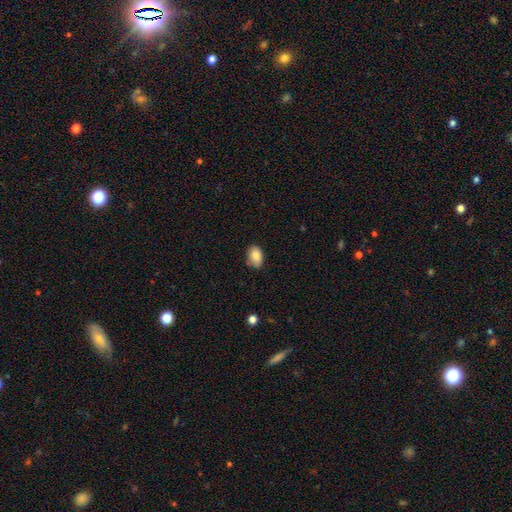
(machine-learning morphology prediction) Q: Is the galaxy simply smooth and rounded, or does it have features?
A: smooth — 86%.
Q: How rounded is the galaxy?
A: in between — 86%.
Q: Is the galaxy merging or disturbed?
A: none — 77%.